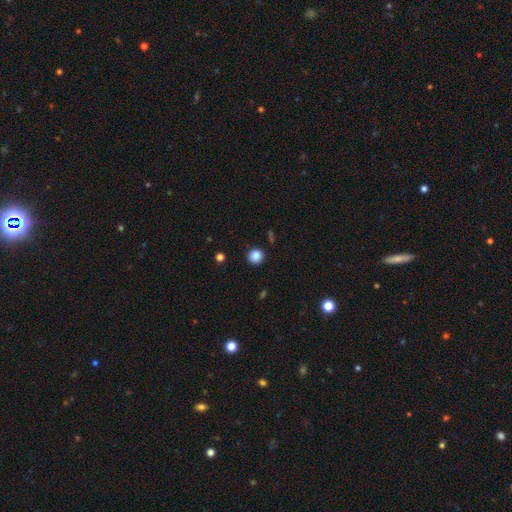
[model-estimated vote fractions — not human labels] Q: Smooth or featured?
A: smooth (86%); runner-up: star or artifact (10%)
Q: How rounded?
A: round (94%); runner-up: in between (5%)
Q: Merging?
A: none (91%); runner-up: minor disturbance (6%)